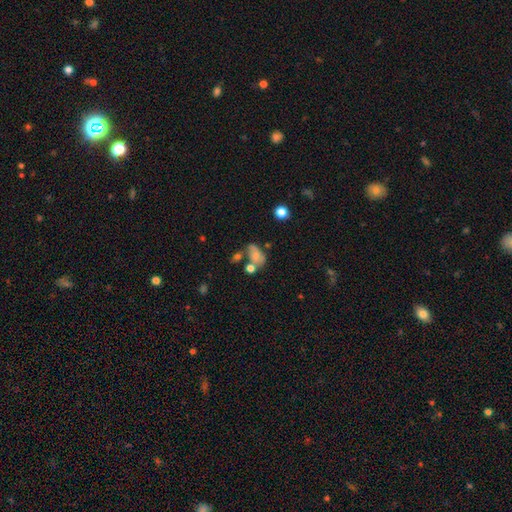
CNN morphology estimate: Smooth or featured? Predicted: smooth (p=0.61). How rounded? Predicted: in between (p=0.82). Merging? Predicted: merger (p=0.33).